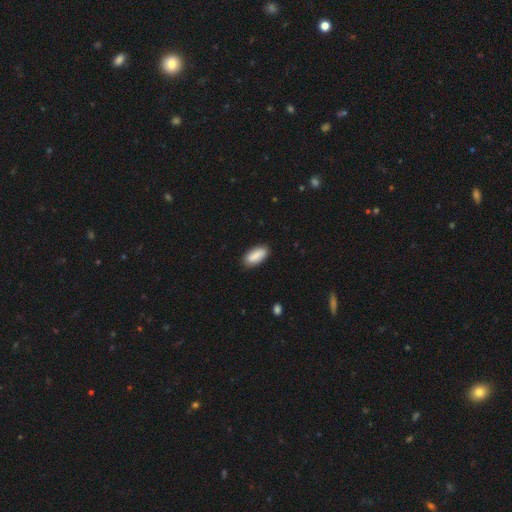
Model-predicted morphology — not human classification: Smooth or featured?
  - smooth: 89% *
  - star or artifact: 6%
  - featured or disk: 5%
How rounded?
  - in between: 86% *
  - cigar-shaped: 12%
  - round: 2%
Merging?
  - none: 86% *
  - minor disturbance: 10%
  - major disturbance: 2%
  - merger: 1%